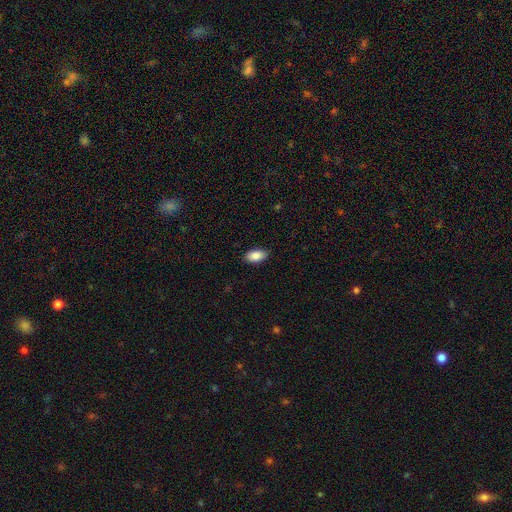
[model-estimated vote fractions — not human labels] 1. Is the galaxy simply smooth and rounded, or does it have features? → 88% smooth, 7% star or artifact, 5% featured or disk.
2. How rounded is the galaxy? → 93% in between, 4% round, 3% cigar-shaped.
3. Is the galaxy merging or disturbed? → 88% none, 9% minor disturbance, 2% major disturbance, 1% merger.